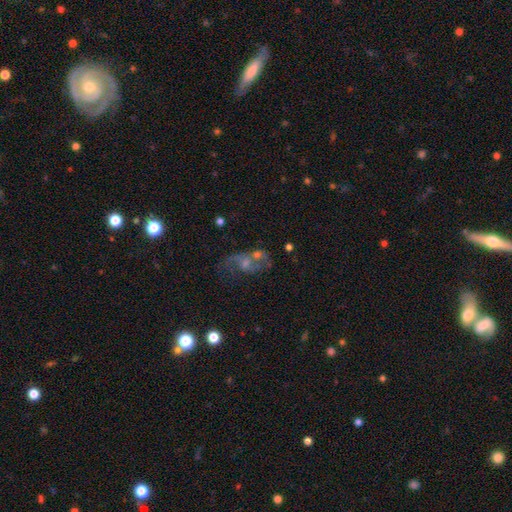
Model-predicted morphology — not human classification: Overall: featured or disk (60%; smooth 23%). Edge-on disk: no (95%). Bar: no (70%). Spiral arms: yes (68%; no 32%). Bulge size: small (42%; moderate 40%). Merging: none (34%; merger 32%).